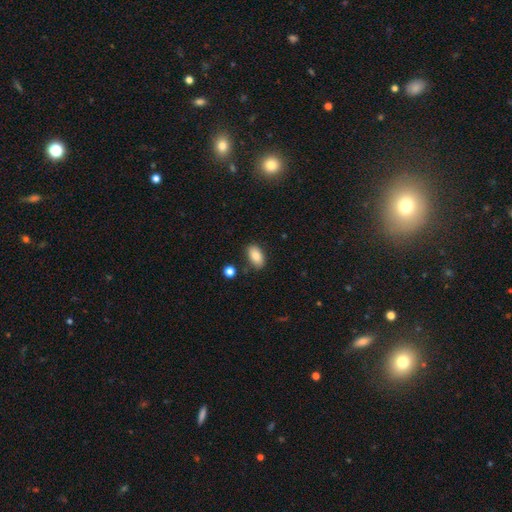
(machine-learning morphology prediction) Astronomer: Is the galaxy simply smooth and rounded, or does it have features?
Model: smooth — 84%.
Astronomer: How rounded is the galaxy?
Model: in between — 92%.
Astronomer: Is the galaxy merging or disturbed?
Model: none — 84%.